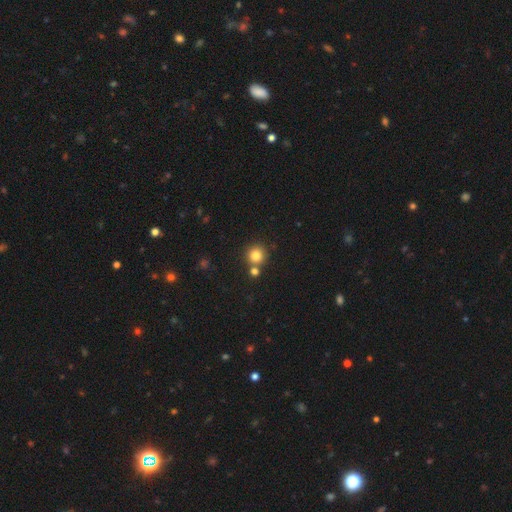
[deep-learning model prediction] smooth 82%, star or artifact 12%, featured or disk 6%. Down the decision tree: how rounded — round (92%); merging — none (72%).